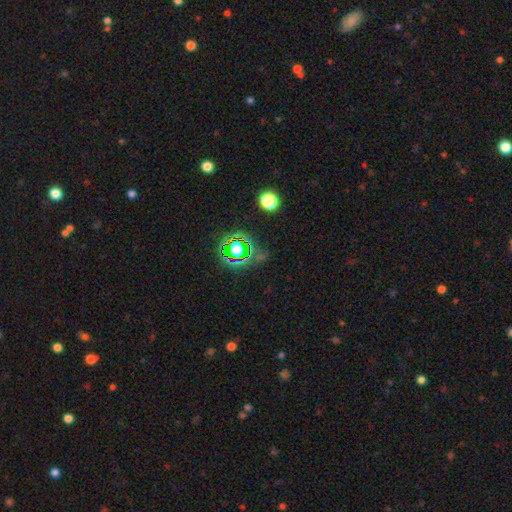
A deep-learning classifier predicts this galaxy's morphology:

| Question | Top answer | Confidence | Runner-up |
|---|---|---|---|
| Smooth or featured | star or artifact | 72% | smooth (18%) |